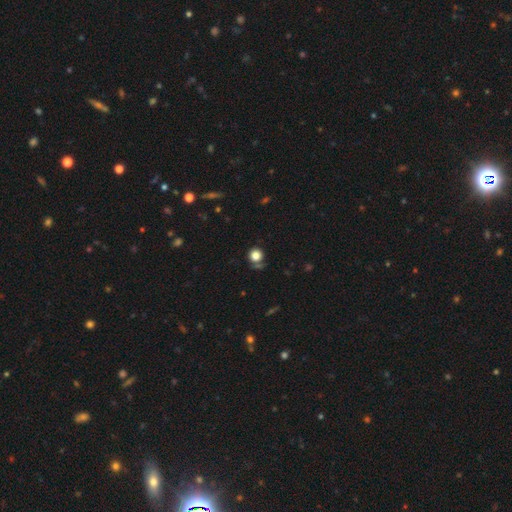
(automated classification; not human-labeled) smooth-or-featured: smooth: 82% | star or artifact: 12% | featured or disk: 6%
  how-rounded: round: 91% | in between: 8% | cigar-shaped: 1%
  merging: none: 73% | minor disturbance: 13% | merger: 9% | major disturbance: 5%